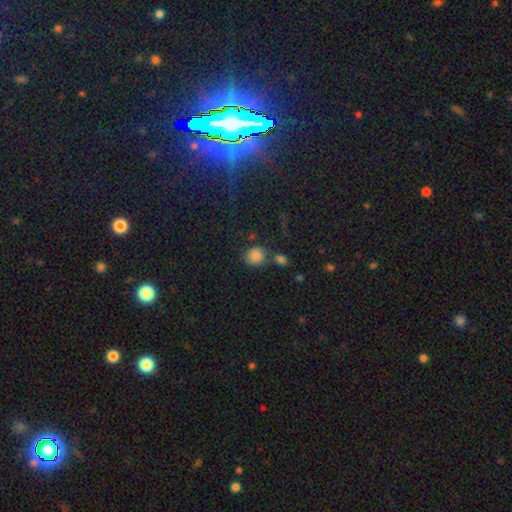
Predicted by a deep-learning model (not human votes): A smooth galaxy with no disk features (82%) that is round (83%).

Vote fractions:
- Smooth or featured? smooth: 82% / star or artifact: 12% / featured or disk: 7%
- How rounded? round: 83% / in between: 16% / cigar-shaped: 1%
- Merging? none: 56% / merger: 22% / minor disturbance: 15% / major disturbance: 7%